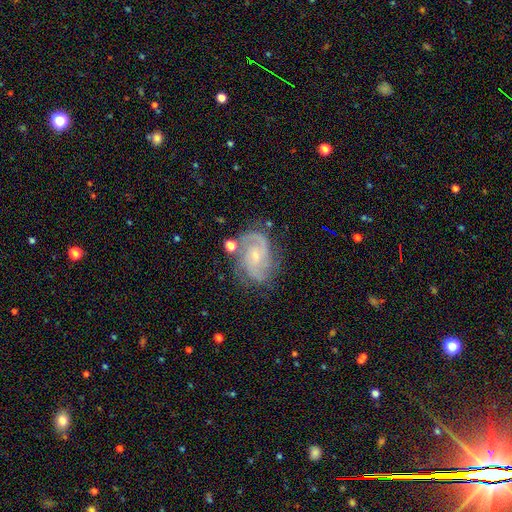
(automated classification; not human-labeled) This is clearly a featured or disk galaxy (88%). It is clearly not viewed edge-on (98%). Bar: likely no (62%). Spiral arm pattern: clearly yes (97%). Spiral arm count: marginally 2 (44%). Spiral winding: possibly tight (45%). Central bulge: likely small (73%). Merging: likely none (69%).